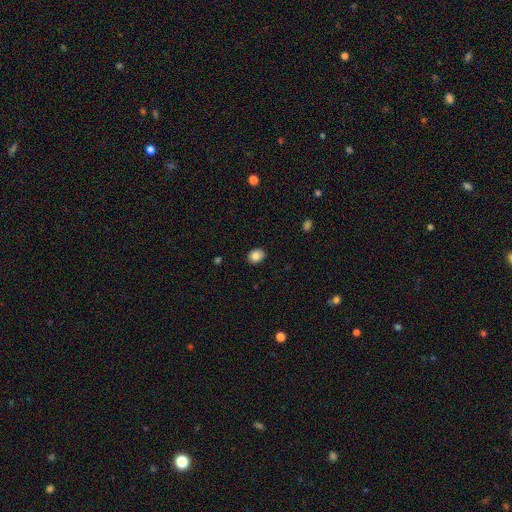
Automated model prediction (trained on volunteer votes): A smooth galaxy with no disk features (85%) that is in between round and cigar-shaped (55%). Merging: none (89%).